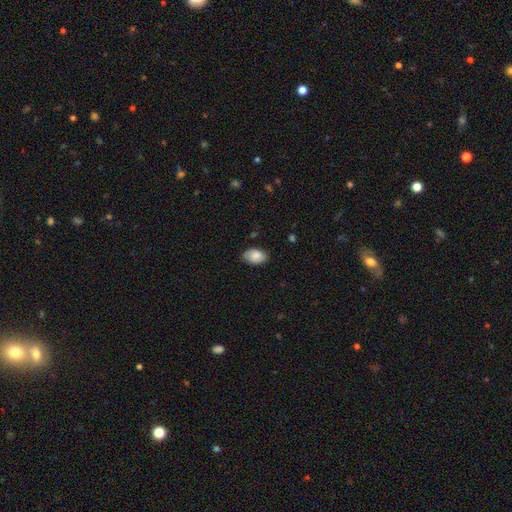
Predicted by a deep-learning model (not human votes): smooth 86%, featured or disk 7%, star or artifact 6%. Down the decision tree: how rounded — in between (90%); merging — none (81%).